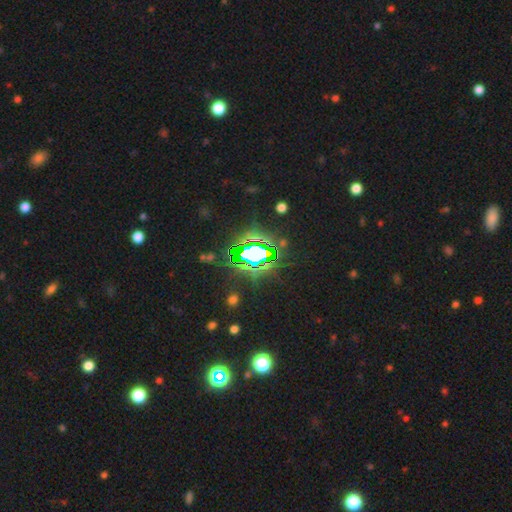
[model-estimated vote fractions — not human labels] Smooth or featured? Predicted: star or artifact (p=0.76).